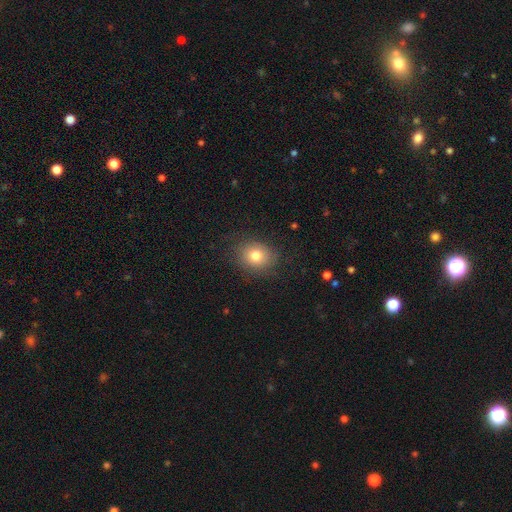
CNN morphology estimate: Smooth or featured?
  - smooth: 77% *
  - featured or disk: 12%
  - star or artifact: 11%
How rounded?
  - round: 62% *
  - in between: 37%
  - cigar-shaped: 1%
Merging?
  - none: 80% *
  - minor disturbance: 13%
  - major disturbance: 5%
  - merger: 1%